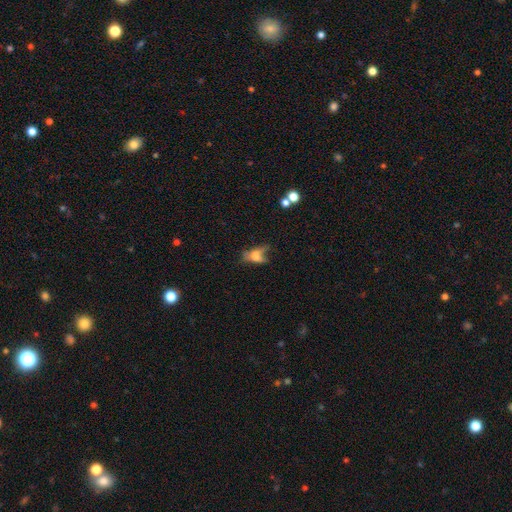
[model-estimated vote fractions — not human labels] Q: Smooth or featured?
A: smooth (50%); runner-up: featured or disk (36%)
Q: Merging?
A: major disturbance (40%); runner-up: none (25%)